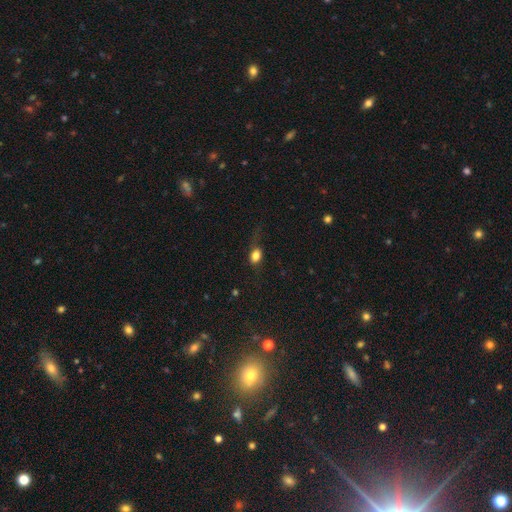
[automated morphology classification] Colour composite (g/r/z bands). It shows a smooth galaxy with no disk features (79%) that is in between round and cigar-shaped (68%). Merging: none (55%).